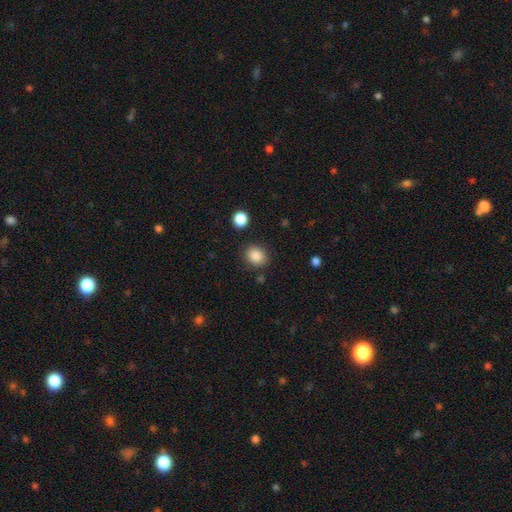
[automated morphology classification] This is clearly a smooth galaxy (87%). How rounded: likely round (72%). Merging: clearly none (83%).